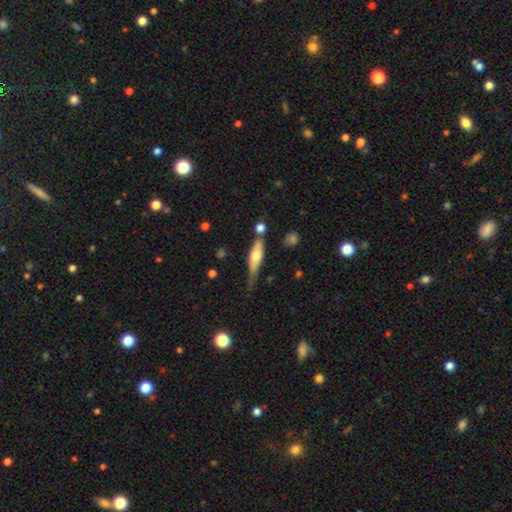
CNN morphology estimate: Smooth or featured?
  - smooth: 51% *
  - featured or disk: 43%
  - star or artifact: 6%
How rounded?
  - cigar-shaped: 65% *
  - in between: 32%
  - round: 3%
Merging?
  - none: 48% *
  - minor disturbance: 30%
  - merger: 12%
  - major disturbance: 11%